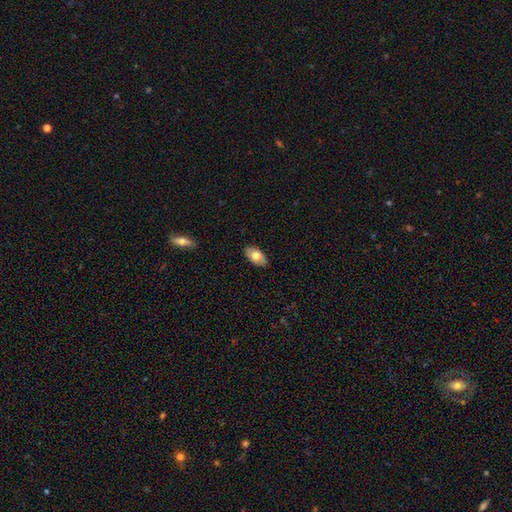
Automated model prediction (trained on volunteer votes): Morphology: type=smooth (72%); roundness=in between (93%); merging=none (85%).